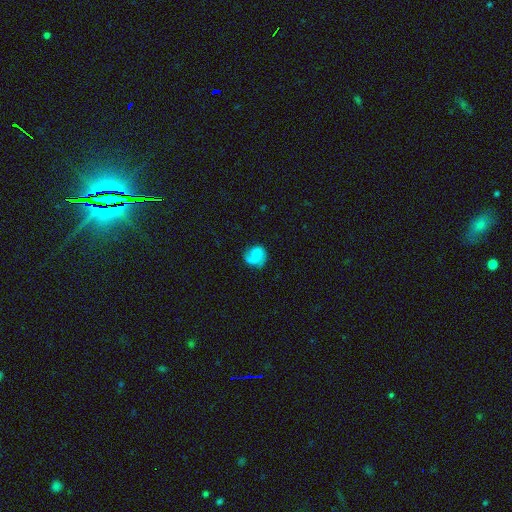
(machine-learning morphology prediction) The model was most divided on "smooth or featured": featured or disk: 50%, smooth: 41%, star or artifact: 8%. More confident: edge-on disk — no (98%); merging — none (68%).